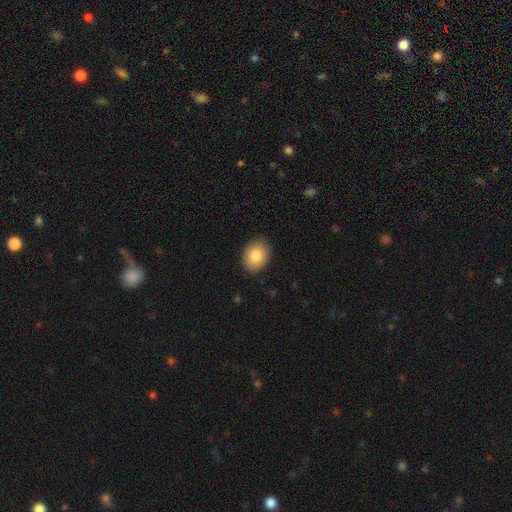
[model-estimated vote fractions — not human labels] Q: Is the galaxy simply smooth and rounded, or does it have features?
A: smooth — 85%.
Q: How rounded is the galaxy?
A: in between — 64%.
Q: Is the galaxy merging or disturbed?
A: none — 88%.